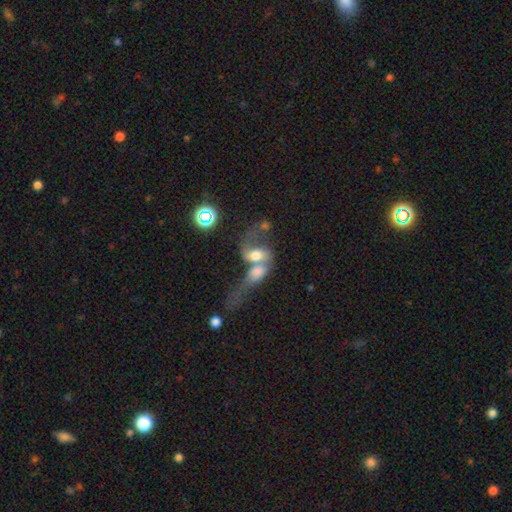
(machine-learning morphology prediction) Smooth or featured? smooth (44%, tied with featured or disk)
Merging? merger (76%)